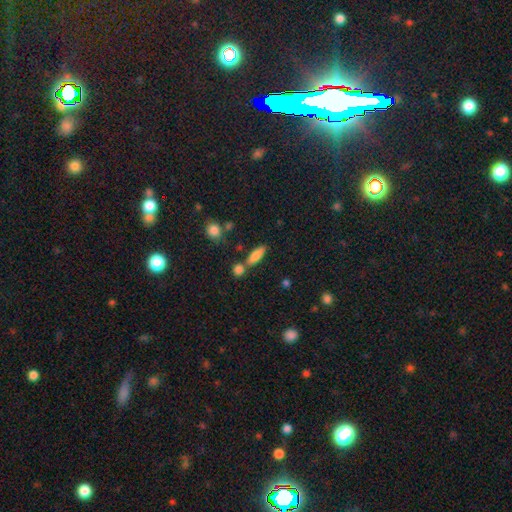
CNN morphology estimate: A smooth galaxy with no disk features (77%) that is cigar-shaped (53%).

Vote fractions:
- Smooth or featured? smooth: 77% / featured or disk: 14% / star or artifact: 9%
- How rounded? cigar-shaped: 53% / in between: 43% / round: 4%
- Merging? none: 65% / merger: 19% / minor disturbance: 12% / major disturbance: 4%